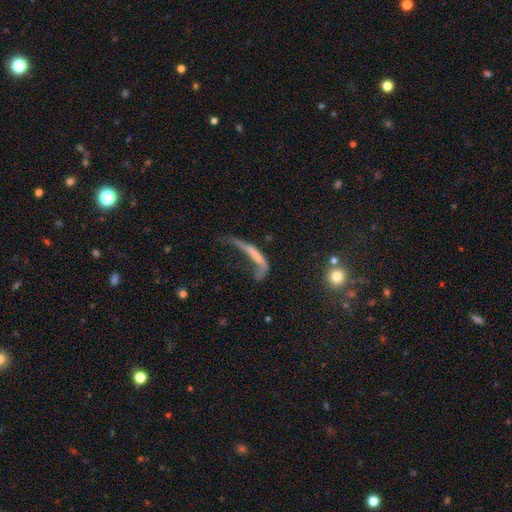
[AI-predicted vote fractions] Q: Smooth or featured?
A: smooth (46%); runner-up: featured or disk (42%)
Q: Merging?
A: major disturbance (58%); runner-up: none (19%)